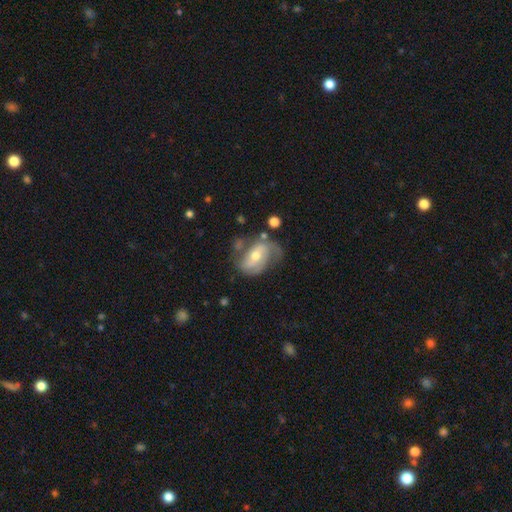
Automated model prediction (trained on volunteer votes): smooth_or_featured: featured or disk (p=0.71) [alt: smooth p=0.22]
disk_edge_on: no (p=0.96) [alt: yes p=0.04]
bar: no (p=0.44) [alt: weak p=0.38]
has_spiral_arms: yes (p=0.86) [alt: no p=0.14]
spiral_winding: medium (p=0.43) [alt: loose p=0.31]
spiral_arm_count: 2 (p=0.64) [alt: can't tell p=0.16]
bulge_size: moderate (p=0.63) [alt: small p=0.31]
merging: none (p=0.46) [alt: minor disturbance p=0.27]